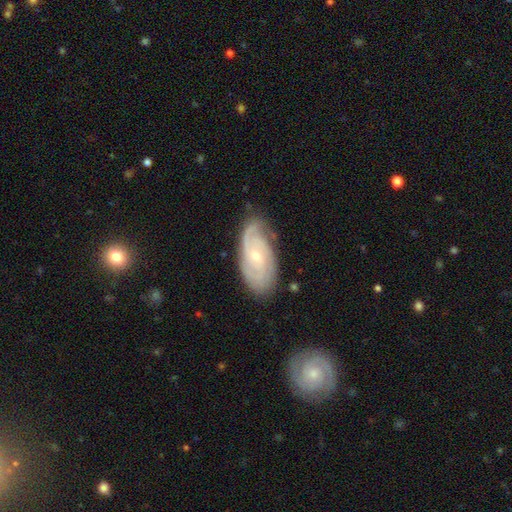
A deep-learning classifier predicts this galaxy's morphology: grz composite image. It shows a featured or disk galaxy (80%) with no bar (67%), tight (59%) spiral arms (95%) and a small central bulge (72%). Merging: none (73%).